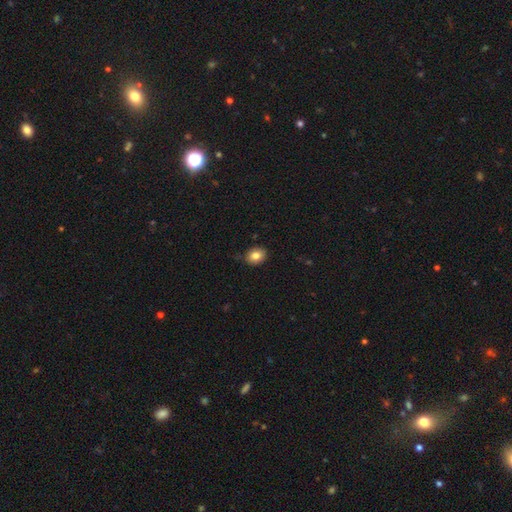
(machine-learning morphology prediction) Smooth or featured? Predicted: smooth (p=0.82). How rounded? Predicted: in between (p=0.50). Merging? Predicted: none (p=0.83).